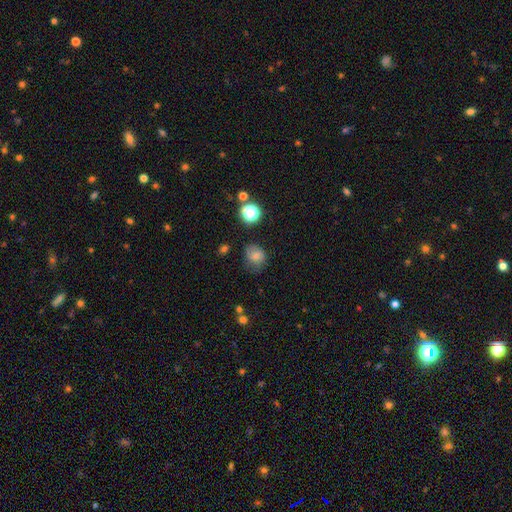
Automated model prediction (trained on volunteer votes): Smooth or featured: smooth — 71% (featured or disk — 15%)
How rounded: round — 62% (in between — 37%)
Merging: none — 58% (minor disturbance — 29%)